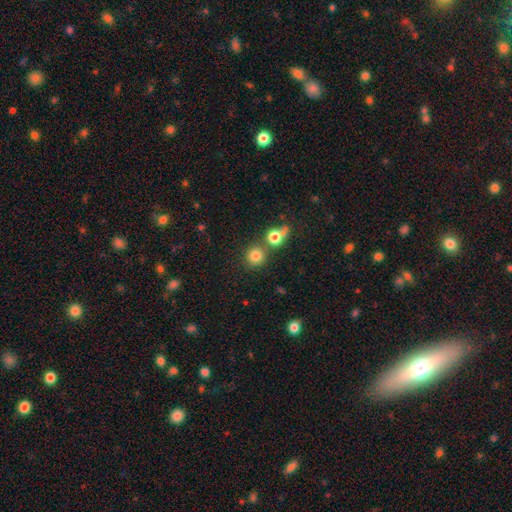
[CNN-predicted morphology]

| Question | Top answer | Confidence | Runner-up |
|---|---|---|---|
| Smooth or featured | smooth | 78% | star or artifact (15%) |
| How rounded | round | 91% | in between (8%) |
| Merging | none | 74% | merger (15%) |